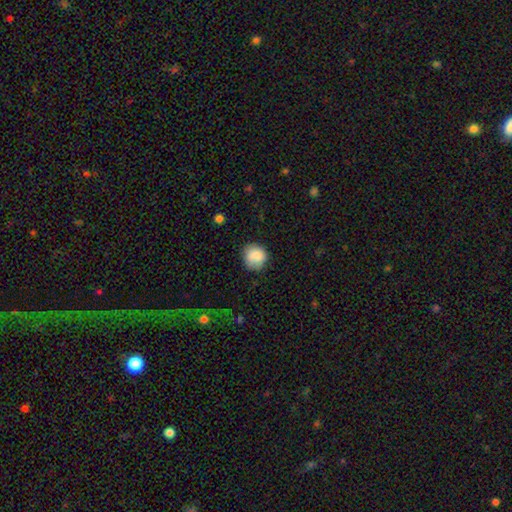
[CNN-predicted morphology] A smooth galaxy with no disk features (86%) that is round (88%). Merging: none (79%).